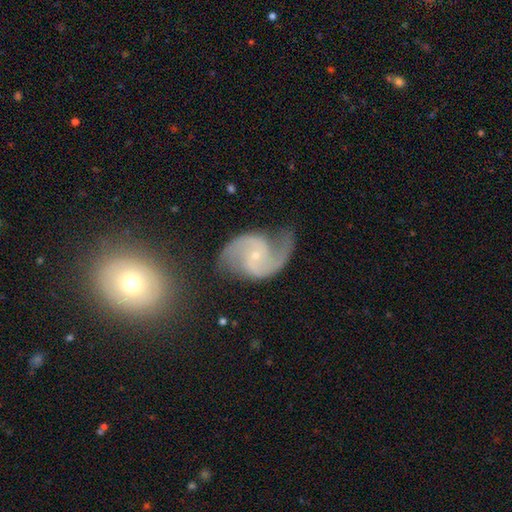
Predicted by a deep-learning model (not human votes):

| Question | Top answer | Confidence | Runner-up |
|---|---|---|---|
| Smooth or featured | featured or disk | 91% | star or artifact (5%) |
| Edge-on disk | no | 98% | yes (2%) |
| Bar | no | 61% | weak (32%) |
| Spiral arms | yes | 98% | no (2%) |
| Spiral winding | medium | 53% | loose (32%) |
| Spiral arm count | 2 | 92% | can't tell (2%) |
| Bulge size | small | 77% | moderate (19%) |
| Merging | none | 68% | minor disturbance (19%) |